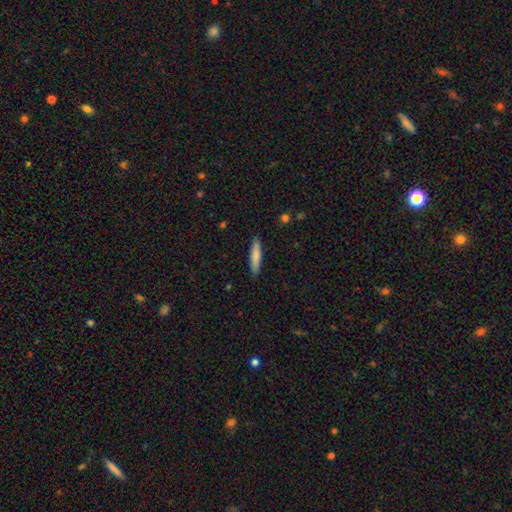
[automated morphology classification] Smooth or featured: smooth — 80% (featured or disk — 15%)
How rounded: cigar-shaped — 84% (in between — 15%)
Merging: none — 89% (minor disturbance — 8%)